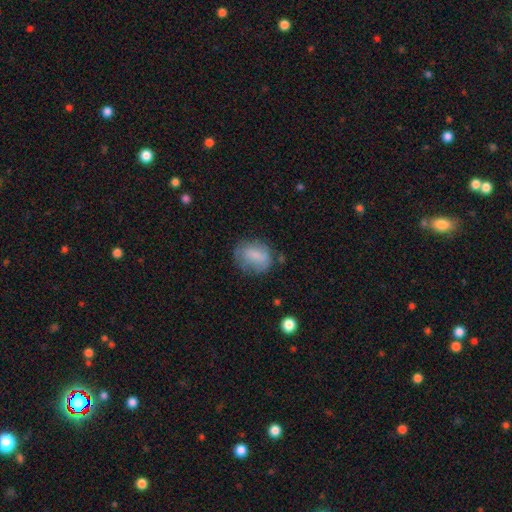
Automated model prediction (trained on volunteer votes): smooth 72%, featured or disk 19%, star or artifact 9%. Down the decision tree: how rounded — in between (56%); merging — none (61%).